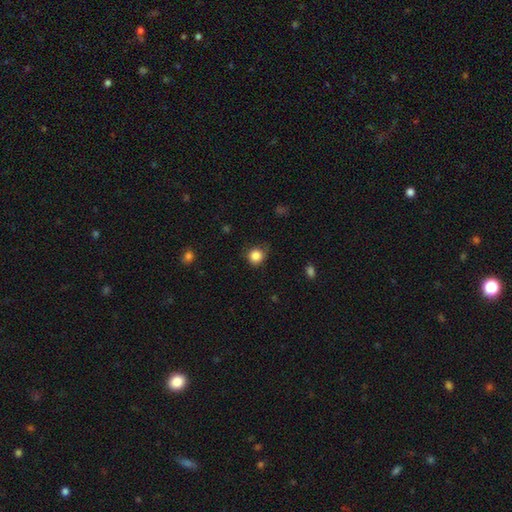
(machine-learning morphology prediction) Overall: smooth (85%). How rounded: round (86%). Merging: none (69%).